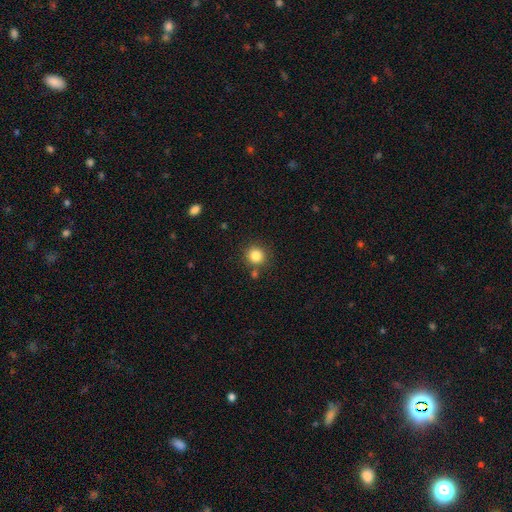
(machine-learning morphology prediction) This appears to be a smooth galaxy with no disk features (84%) that is round (91%). Merging: none (81%).